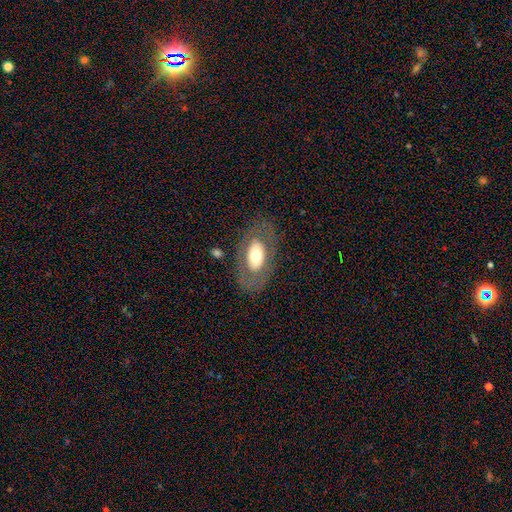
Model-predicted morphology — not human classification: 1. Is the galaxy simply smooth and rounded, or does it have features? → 50% smooth, 43% featured or disk, 7% star or artifact.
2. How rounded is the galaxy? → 90% in between, 8% round, 2% cigar-shaped.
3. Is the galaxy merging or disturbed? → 77% none, 12% minor disturbance, 9% major disturbance, 2% merger.